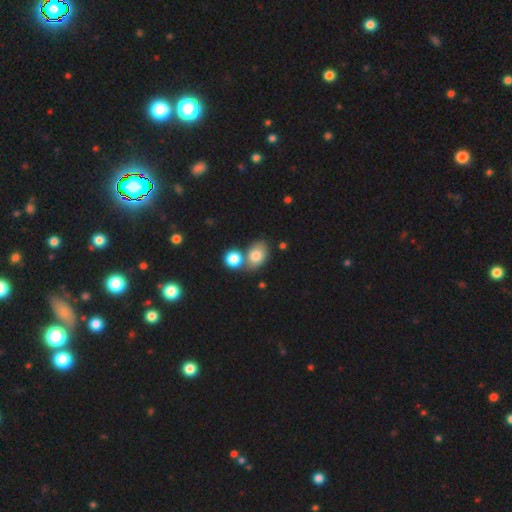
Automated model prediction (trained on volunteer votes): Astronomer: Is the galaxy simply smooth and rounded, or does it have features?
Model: smooth — 79%.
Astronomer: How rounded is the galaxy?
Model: in between — 74%.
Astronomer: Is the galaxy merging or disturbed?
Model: none — 48% (runner-up: merger, 37%).